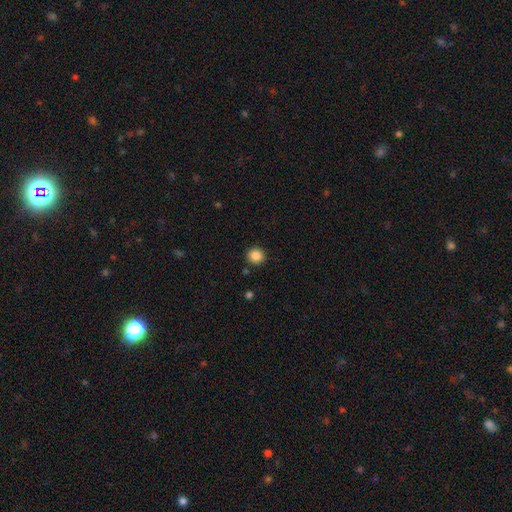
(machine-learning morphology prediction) Overall: smooth (86%). How rounded: round (92%). Merging: none (91%).